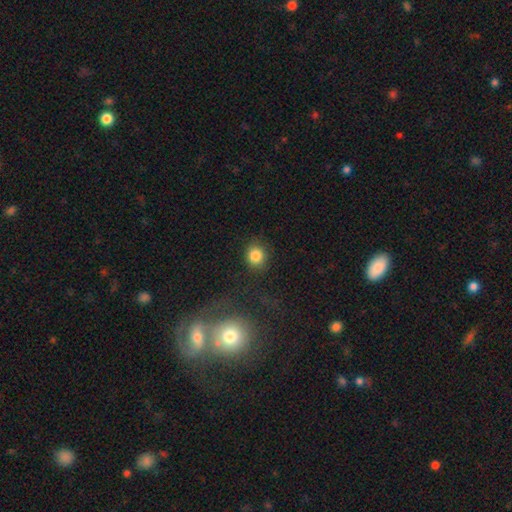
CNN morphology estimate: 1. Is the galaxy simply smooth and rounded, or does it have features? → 84% smooth, 11% star or artifact, 5% featured or disk.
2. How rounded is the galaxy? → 82% round, 17% in between, 1% cigar-shaped.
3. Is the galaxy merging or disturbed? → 83% none, 11% minor disturbance, 4% major disturbance, 3% merger.